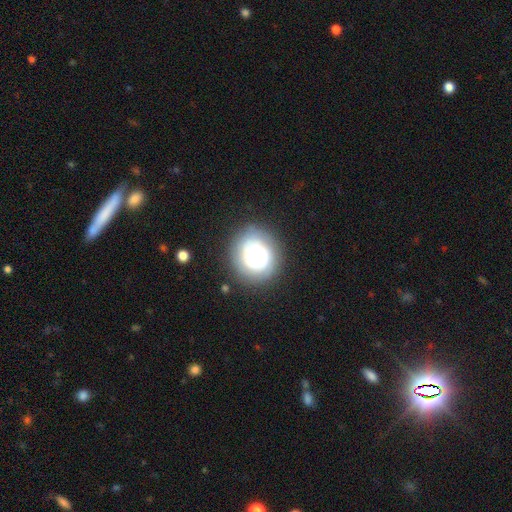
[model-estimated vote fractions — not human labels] smooth 51%, featured or disk 38%, star or artifact 11%. Down the decision tree: how rounded — round (81%); merging — none (80%).